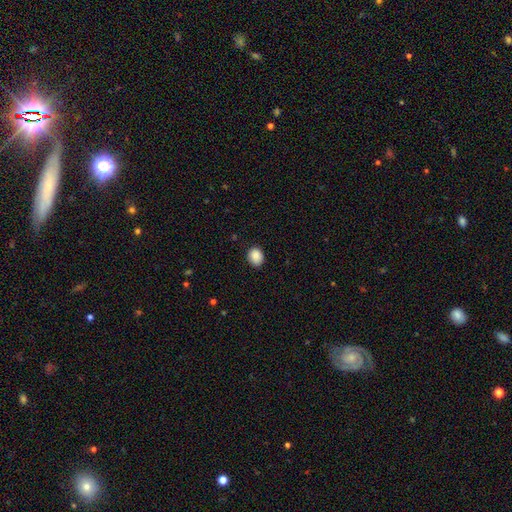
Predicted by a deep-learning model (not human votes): The model was most divided on "how rounded": round: 64%, in between: 36%, cigar-shaped: 1%. More confident: smooth or featured — smooth (88%); merging — none (84%).